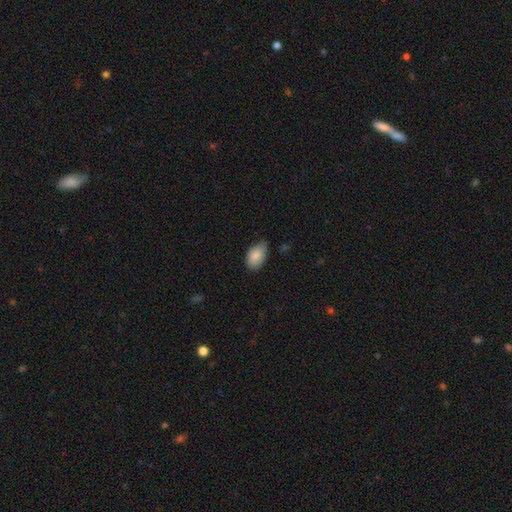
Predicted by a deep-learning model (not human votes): Smooth or featured?
  - smooth: 85% *
  - featured or disk: 9%
  - star or artifact: 7%
How rounded?
  - in between: 92% *
  - round: 7%
  - cigar-shaped: 1%
Merging?
  - none: 61% *
  - minor disturbance: 33%
  - major disturbance: 5%
  - merger: 1%